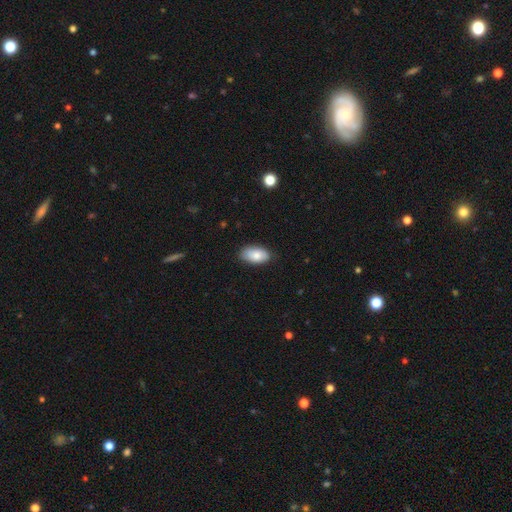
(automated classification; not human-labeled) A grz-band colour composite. It shows a smooth galaxy with no disk features (83%) that is in between round and cigar-shaped (94%). Merging: none (82%).